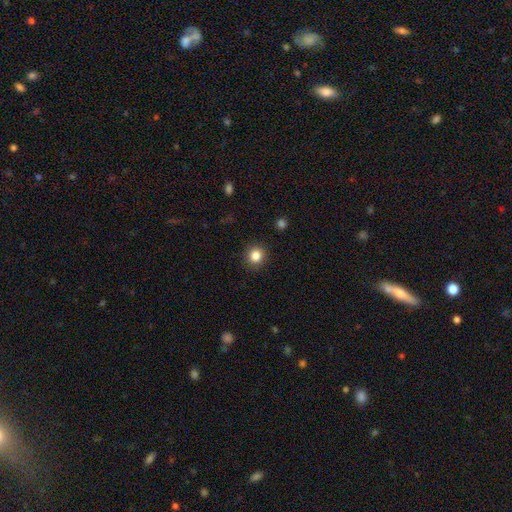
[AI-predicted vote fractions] smooth_or_featured: smooth (p=0.84) [alt: star or artifact p=0.11]
how_rounded: round (p=0.89) [alt: in between p=0.10]
merging: none (p=0.91) [alt: minor disturbance p=0.06]